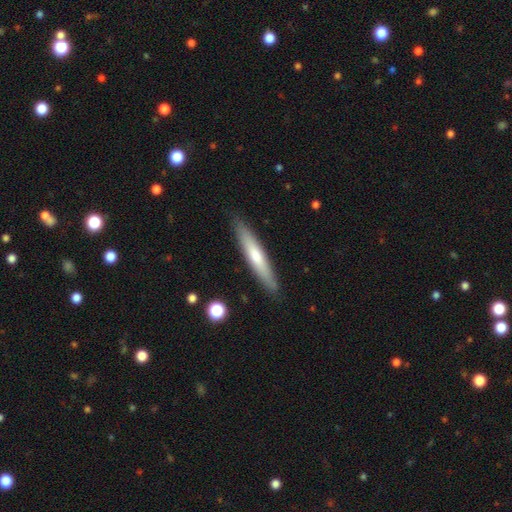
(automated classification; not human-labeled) This appears to be a smooth galaxy with no disk features (49%). Merging: none (90%).